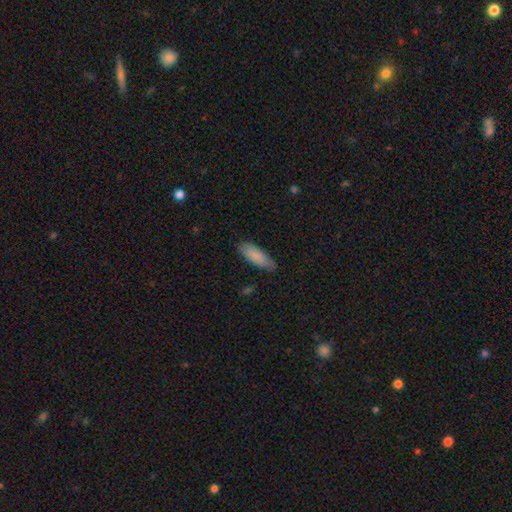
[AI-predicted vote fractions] A smooth galaxy with no disk features (84%) that is in between round and cigar-shaped (68%). Merging: none (80%).